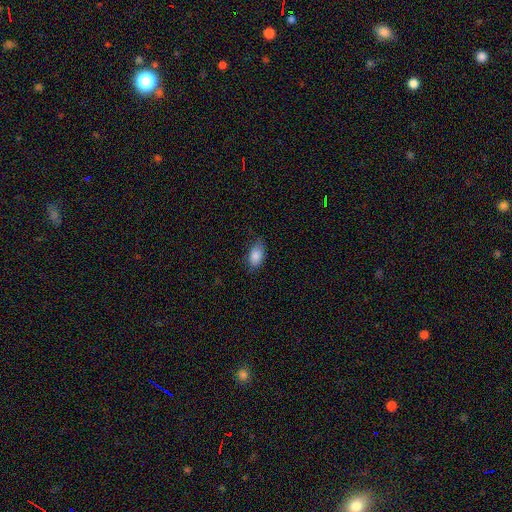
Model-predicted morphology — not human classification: This appears to be a smooth galaxy with no disk features (86%) that is in between round and cigar-shaped (91%). Merging: none (70%).